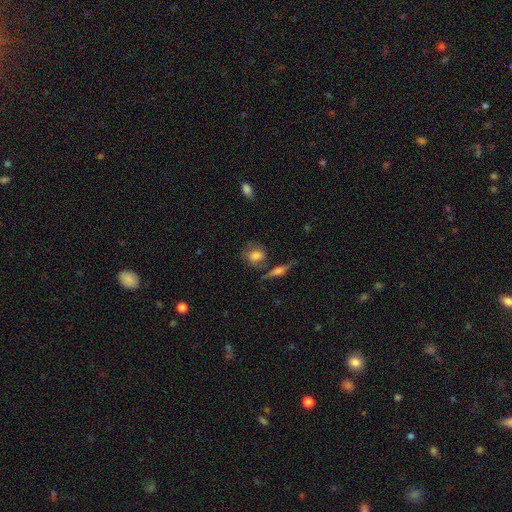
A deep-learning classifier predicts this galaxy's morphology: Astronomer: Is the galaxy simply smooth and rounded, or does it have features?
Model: smooth — 66%.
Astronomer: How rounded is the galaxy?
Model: round — 51% (runner-up: in between, 45%).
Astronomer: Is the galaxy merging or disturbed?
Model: none — 62%.